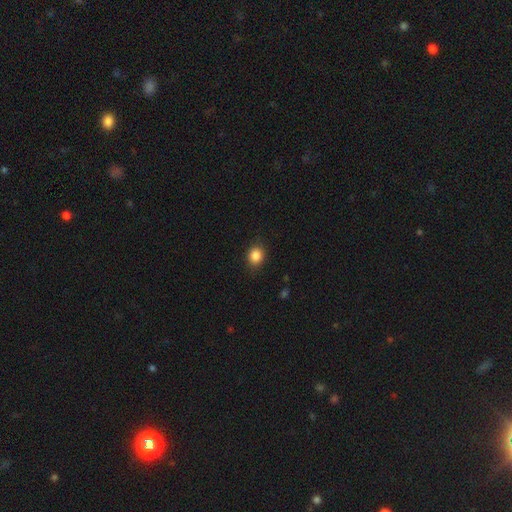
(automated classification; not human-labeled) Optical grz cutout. It shows a smooth galaxy with no disk features (86%) that is round (72%). Merging: none (86%).